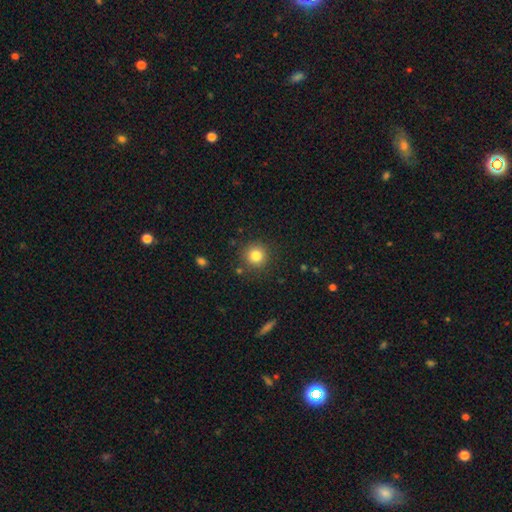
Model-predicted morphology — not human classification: A smooth galaxy with no disk features (82%) that is round (94%).

Vote fractions:
- Smooth or featured? smooth: 82% / star or artifact: 11% / featured or disk: 6%
- How rounded? round: 94% / in between: 5% / cigar-shaped: 1%
- Merging? none: 87% / minor disturbance: 8% / major disturbance: 3% / merger: 2%